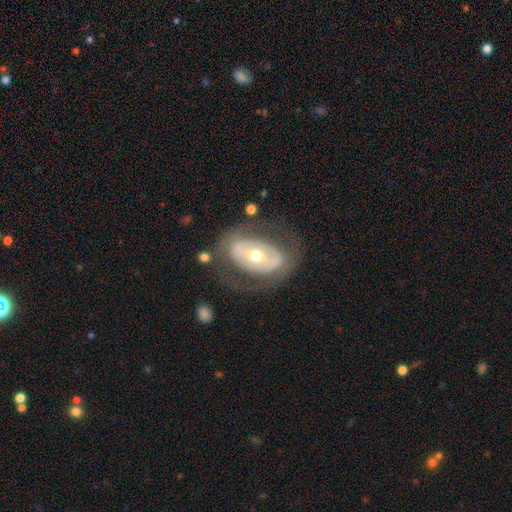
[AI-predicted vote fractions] A featured or disk galaxy (67%) with no bar (55%), no spiral arms (69%) and a moderate central bulge (65%).

Vote fractions:
- Smooth or featured? featured or disk: 67% / smooth: 27% / star or artifact: 6%
- Edge-on disk? no: 92% / yes: 8%
- Bar? no: 55% / weak: 23% / strong: 22%
- Spiral arms? no: 69% / yes: 31%
- Bulge size? moderate: 65% / small: 28% / large: 5% / dominant: 1% / none: 1%
- Merging? none: 69% / minor disturbance: 16% / major disturbance: 13% / merger: 2%